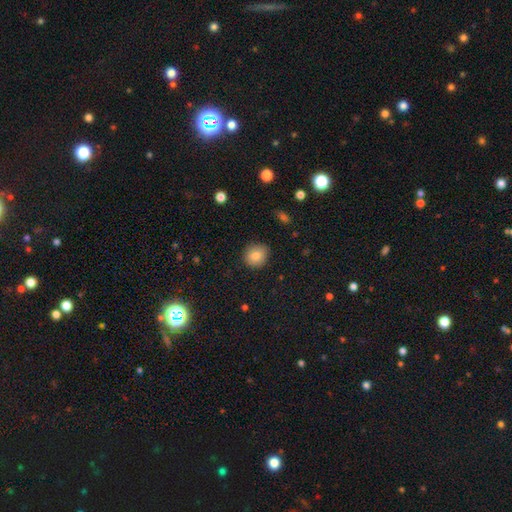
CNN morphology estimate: Smooth or featured: smooth — 81% (star or artifact — 10%)
How rounded: round — 83% (in between — 16%)
Merging: none — 86% (minor disturbance — 11%)